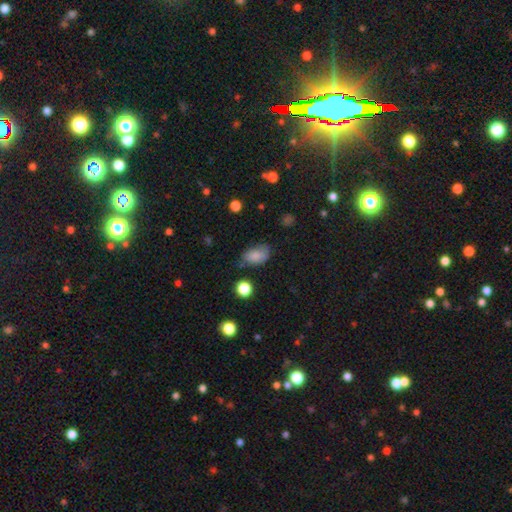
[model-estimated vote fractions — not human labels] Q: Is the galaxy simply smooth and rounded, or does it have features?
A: smooth — 82%.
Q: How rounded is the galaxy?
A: in between — 88%.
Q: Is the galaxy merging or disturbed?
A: none — 56%.